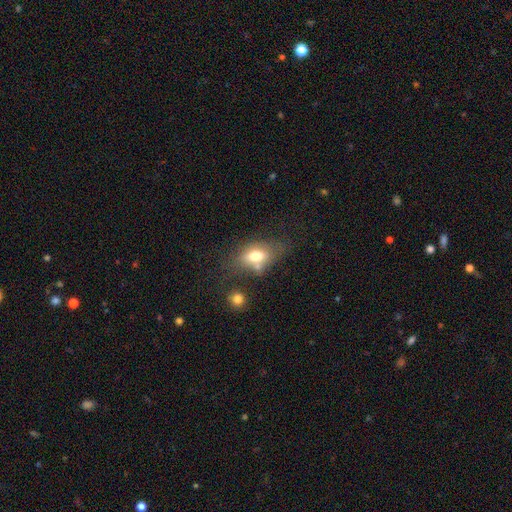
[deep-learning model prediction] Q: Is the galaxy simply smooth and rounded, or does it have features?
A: smooth — 69%.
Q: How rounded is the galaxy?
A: in between — 82%.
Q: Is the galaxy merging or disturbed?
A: none — 50%.